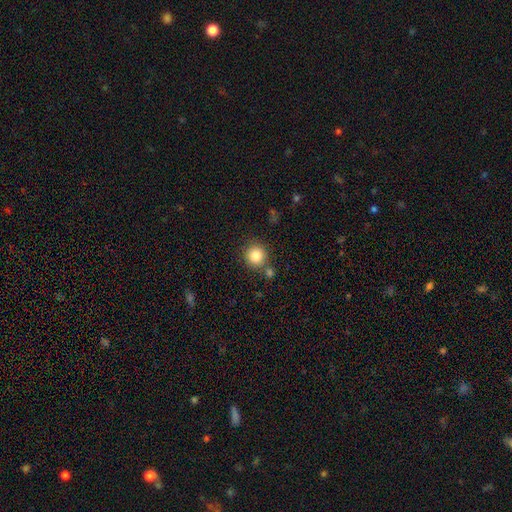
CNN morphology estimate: Smooth or featured?
  - smooth: 83% *
  - star or artifact: 10%
  - featured or disk: 7%
How rounded?
  - round: 93% *
  - in between: 6%
  - cigar-shaped: 1%
Merging?
  - none: 78% *
  - merger: 10%
  - minor disturbance: 9%
  - major disturbance: 3%